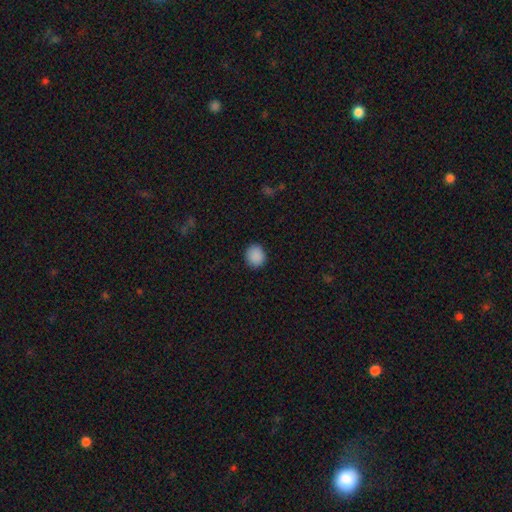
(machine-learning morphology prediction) Smooth or featured?
  - smooth: 89% *
  - star or artifact: 8%
  - featured or disk: 2%
How rounded?
  - round: 80% *
  - in between: 19%
  - cigar-shaped: 1%
Merging?
  - none: 90% *
  - minor disturbance: 7%
  - major disturbance: 2%
  - merger: 1%